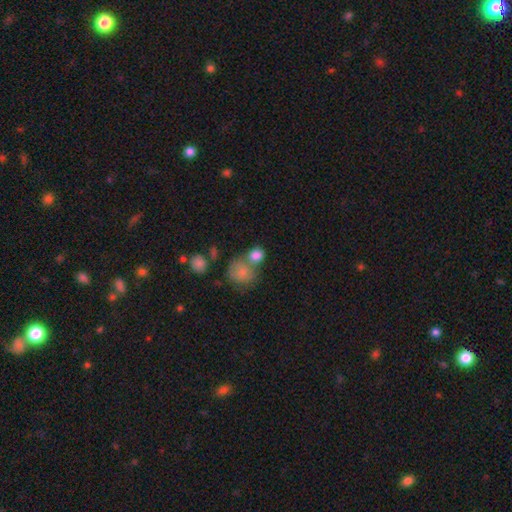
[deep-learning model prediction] Smooth or featured? Predicted: smooth (p=0.81). How rounded? Predicted: round (p=0.64). Merging? Predicted: none (p=0.42).